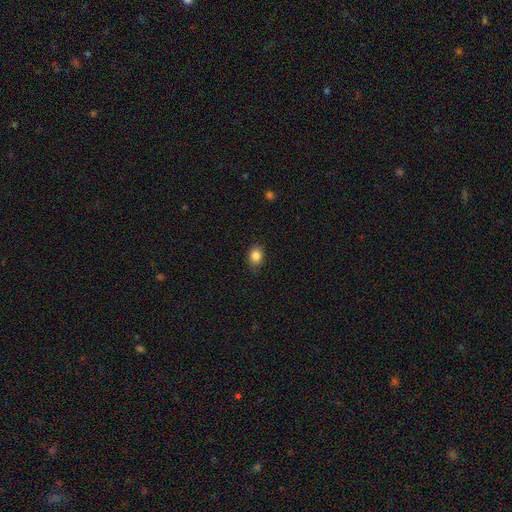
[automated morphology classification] This is clearly a smooth galaxy (86%). How rounded: possibly in between (58%). Merging: clearly none (82%).